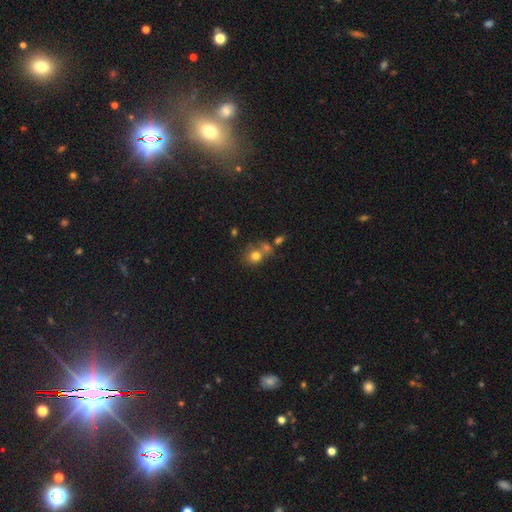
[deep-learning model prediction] Overall: smooth (75%). How rounded: round (75%). Merging: none (46%; merger 35%).